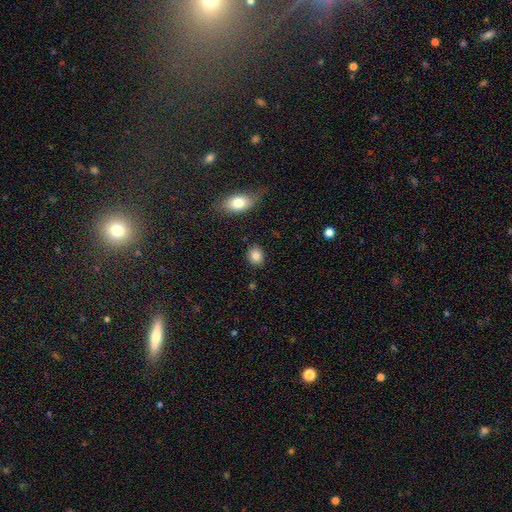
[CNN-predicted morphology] Smooth or featured?
  - smooth: 85% *
  - star or artifact: 9%
  - featured or disk: 6%
How rounded?
  - round: 58% *
  - in between: 41%
  - cigar-shaped: 1%
Merging?
  - none: 87% *
  - minor disturbance: 9%
  - major disturbance: 3%
  - merger: 2%